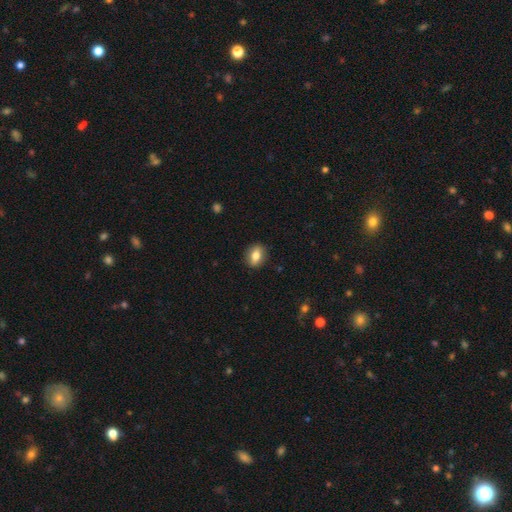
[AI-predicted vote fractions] Smooth or featured? Predicted: smooth (p=0.75). How rounded? Predicted: in between (p=0.65). Merging? Predicted: none (p=0.87).